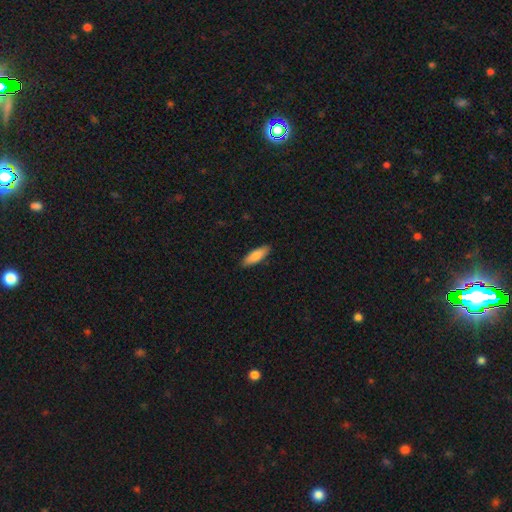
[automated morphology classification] type=smooth (84%); roundness=in between (54%); merging=none (89%).